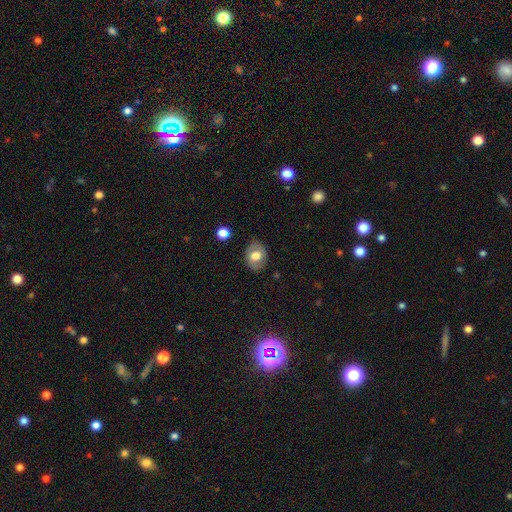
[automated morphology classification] Q: Smooth or featured?
A: smooth (65%); runner-up: featured or disk (27%)
Q: How rounded?
A: in between (57%); runner-up: round (42%)
Q: Merging?
A: none (82%); runner-up: minor disturbance (13%)